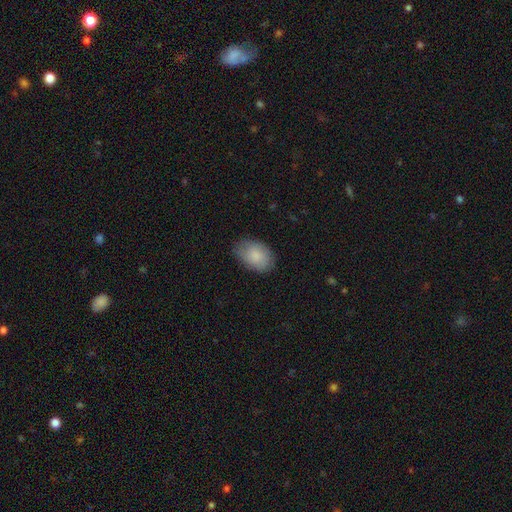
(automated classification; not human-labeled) Overall: smooth (84%). How rounded: in between (87%). Merging: none (74%).